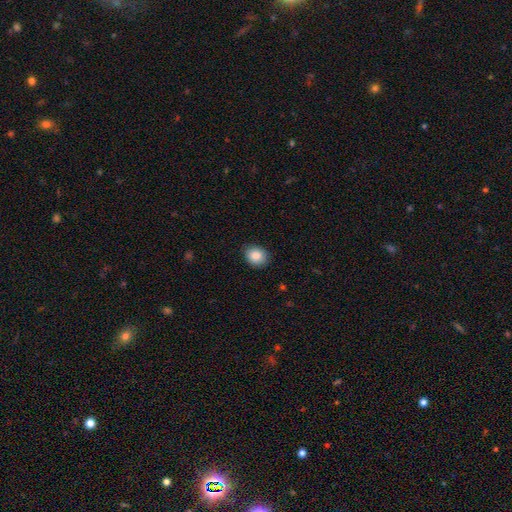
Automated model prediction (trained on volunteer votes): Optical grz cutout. It shows a smooth galaxy with no disk features (86%) that is round (59%). Merging: none (86%).